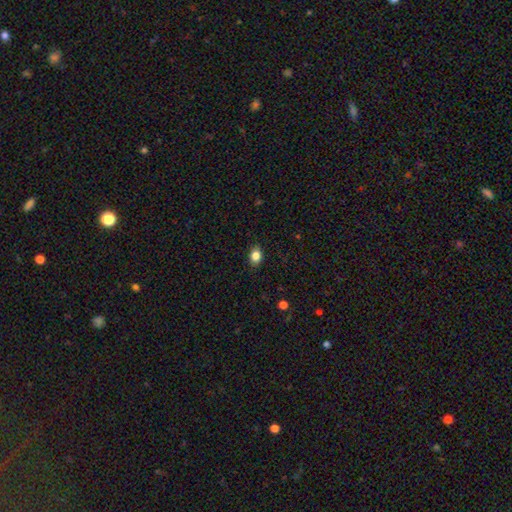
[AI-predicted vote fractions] Smooth or featured?
  - smooth: 84% *
  - star or artifact: 10%
  - featured or disk: 6%
How rounded?
  - in between: 71% *
  - round: 28%
  - cigar-shaped: 1%
Merging?
  - none: 88% *
  - minor disturbance: 9%
  - major disturbance: 2%
  - merger: 1%